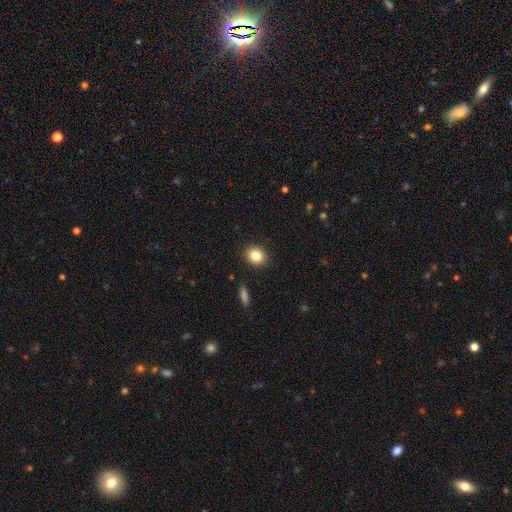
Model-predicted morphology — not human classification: This appears to be a smooth galaxy with no disk features (84%) that is round (70%). Merging: none (90%).